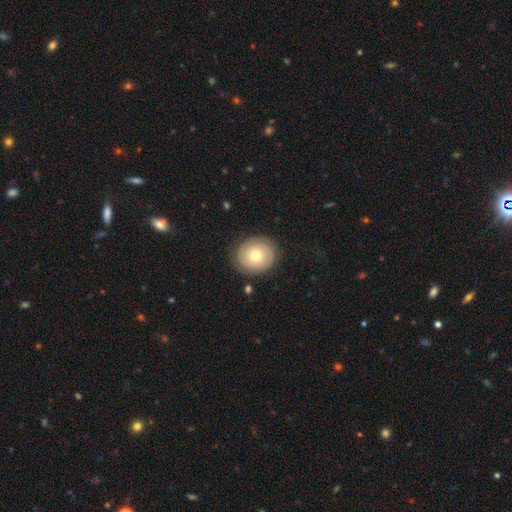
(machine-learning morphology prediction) This is possibly a smooth galaxy (58%). How rounded: clearly round (81%). Merging: clearly none (85%).